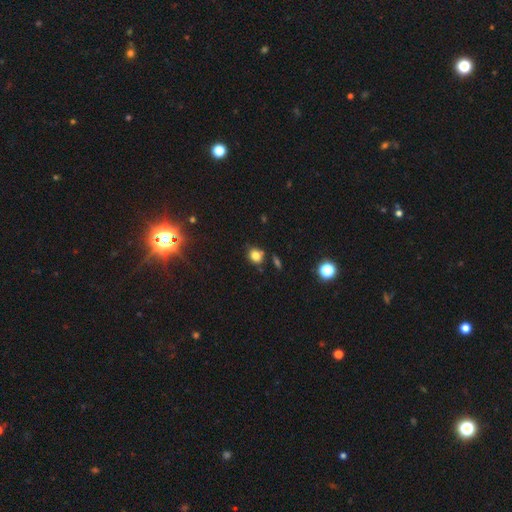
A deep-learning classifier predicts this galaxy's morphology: Smooth or featured? Predicted: smooth (p=0.80). How rounded? Predicted: round (p=0.66). Merging? Predicted: none (p=0.72).